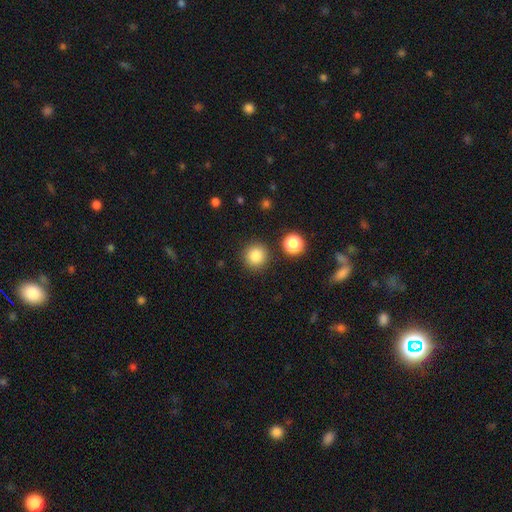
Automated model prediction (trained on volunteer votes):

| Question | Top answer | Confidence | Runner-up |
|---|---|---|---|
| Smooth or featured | smooth | 85% | star or artifact (11%) |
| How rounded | round | 93% | in between (6%) |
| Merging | none | 86% | minor disturbance (7%) |